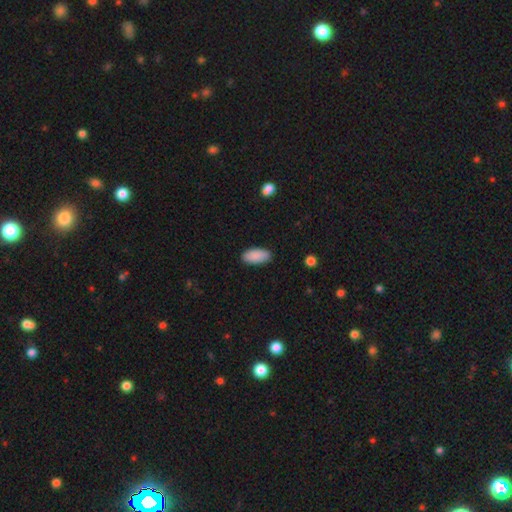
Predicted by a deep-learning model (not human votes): Q: Smooth or featured?
A: smooth (90%); runner-up: star or artifact (6%)
Q: How rounded?
A: in between (92%); runner-up: cigar-shaped (6%)
Q: Merging?
A: none (88%); runner-up: minor disturbance (9%)